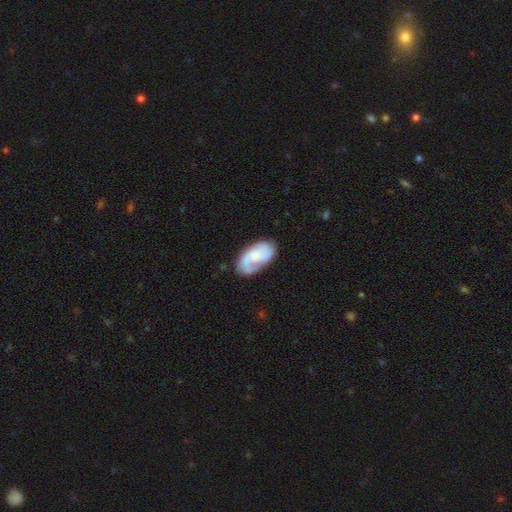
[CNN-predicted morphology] Smooth or featured?
  - featured or disk: 58% *
  - smooth: 36%
  - star or artifact: 6%
Edge-on disk?
  - no: 96% *
  - yes: 4%
Bar?
  - no: 68% *
  - weak: 27%
  - strong: 5%
Spiral arms?
  - yes: 84% *
  - no: 16%
Bulge size?
  - small: 37% *
  - moderate: 33%
  - none: 19%
  - large: 9%
  - dominant: 2%
Merging?
  - none: 60% *
  - minor disturbance: 24%
  - major disturbance: 11%
  - merger: 5%